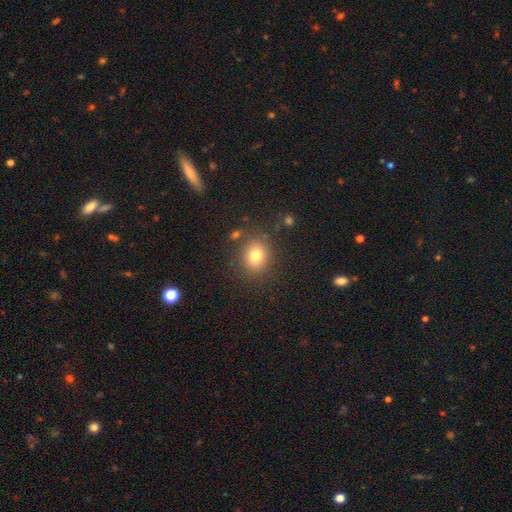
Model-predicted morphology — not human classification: Overall: smooth (78%). How rounded: round (70%). Merging: none (82%).